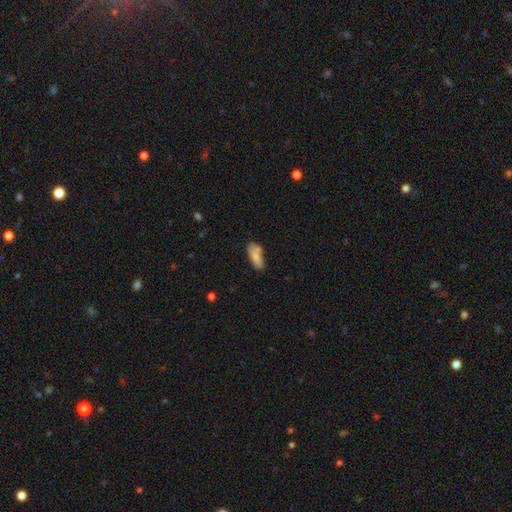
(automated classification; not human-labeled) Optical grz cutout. It shows a smooth galaxy with no disk features (80%) that is in between round and cigar-shaped (74%). Merging: none (63%).